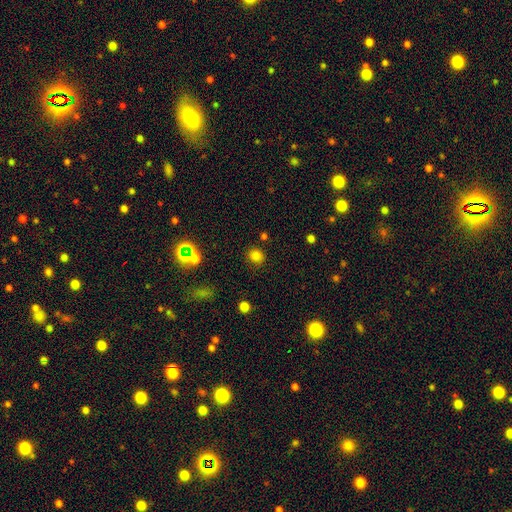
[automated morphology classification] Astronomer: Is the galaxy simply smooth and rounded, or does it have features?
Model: smooth — 78%.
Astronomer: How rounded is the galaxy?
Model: round — 84%.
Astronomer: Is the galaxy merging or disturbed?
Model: none — 86%.